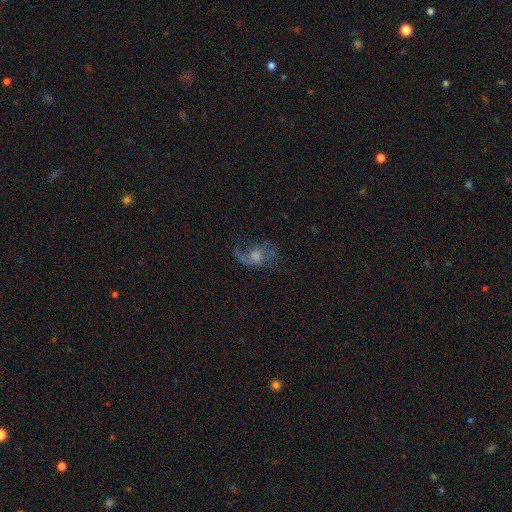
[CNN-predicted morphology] Q: Smooth or featured?
A: featured or disk (64%); runner-up: smooth (23%)
Q: Edge-on disk?
A: no (95%); runner-up: yes (5%)
Q: Bar?
A: no (70%); runner-up: weak (26%)
Q: Spiral arms?
A: yes (80%); runner-up: no (20%)
Q: Bulge size?
A: moderate (52%); runner-up: small (32%)
Q: Merging?
A: none (48%); runner-up: major disturbance (28%)